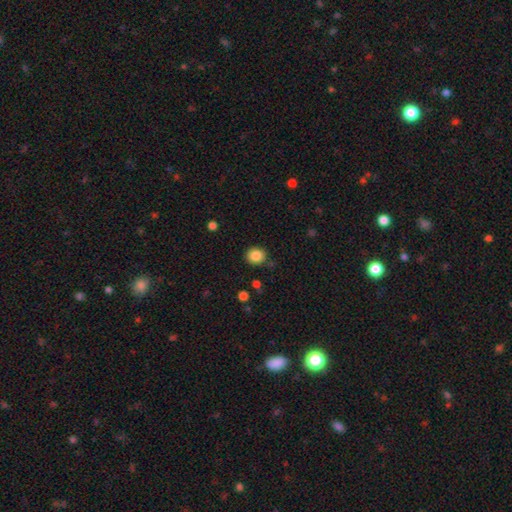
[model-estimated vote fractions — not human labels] Smooth or featured? smooth (86%)
How rounded? round (79%)
Merging? none (86%)